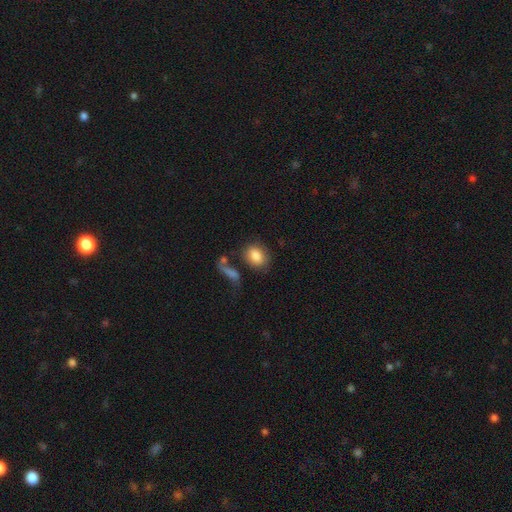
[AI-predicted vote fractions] Q: Smooth or featured?
A: smooth (83%); runner-up: featured or disk (9%)
Q: How rounded?
A: in between (63%); runner-up: round (35%)
Q: Merging?
A: none (66%); runner-up: minor disturbance (15%)